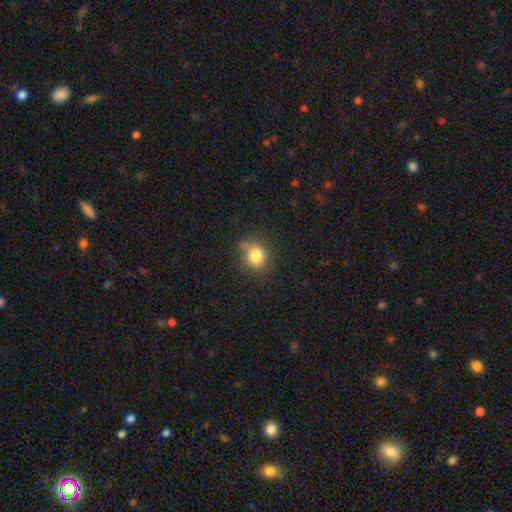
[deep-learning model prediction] smooth_or_featured: smooth (p=0.81) [alt: star or artifact p=0.11]
how_rounded: round (p=0.72) [alt: in between p=0.27]
merging: none (p=0.65) [alt: minor disturbance p=0.25]